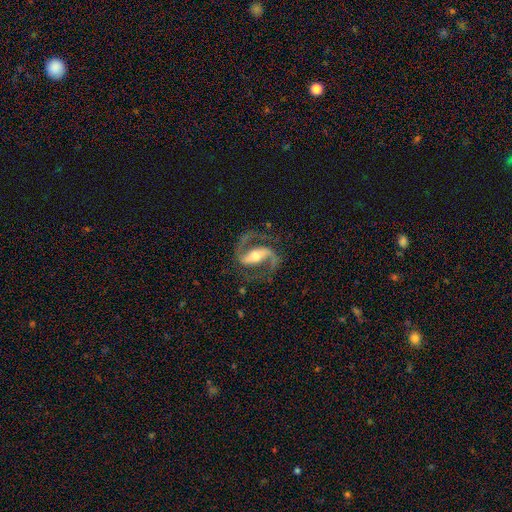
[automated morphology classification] smooth-or-featured: featured or disk: 91% | smooth: 4% | star or artifact: 4%
  disk-edge-on: no: 96% | yes: 4%
    bar: strong: 58% | weak: 28% | no: 14%
    has-spiral-arms: yes: 98% | no: 2%
      spiral-winding: medium: 61% | loose: 26% | tight: 13%
      spiral-arm-count: 2: 94% | 1: 2% | can't tell: 2% | 3: 1% | 4: 1% | more than 4: 1%
    bulge-size: moderate: 61% | small: 25% | large: 10% | none: 2% | dominant: 1%
  merging: none: 79% | minor disturbance: 12% | major disturbance: 8% | merger: 1%